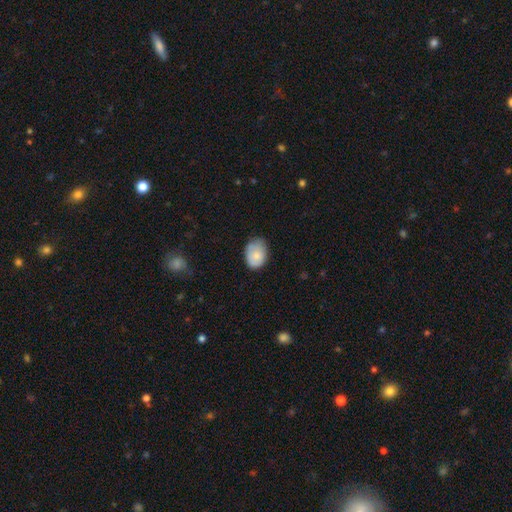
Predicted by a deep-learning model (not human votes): This appears to be a smooth galaxy with no disk features (79%) that is in between round and cigar-shaped (75%). Merging: none (58%).